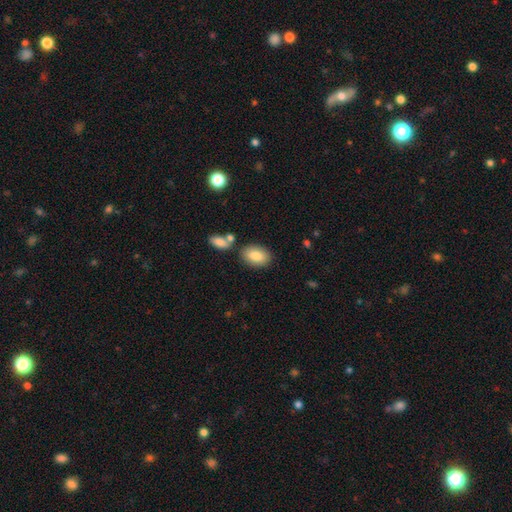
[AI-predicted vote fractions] This appears to be a smooth galaxy with no disk features (85%) that is in between round and cigar-shaped (89%). Merging: none (78%).